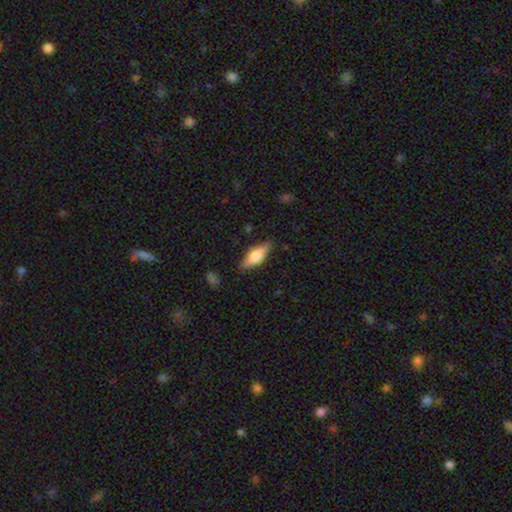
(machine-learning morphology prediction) type=smooth (54%); roundness=in between (63%); merging=none (83%).